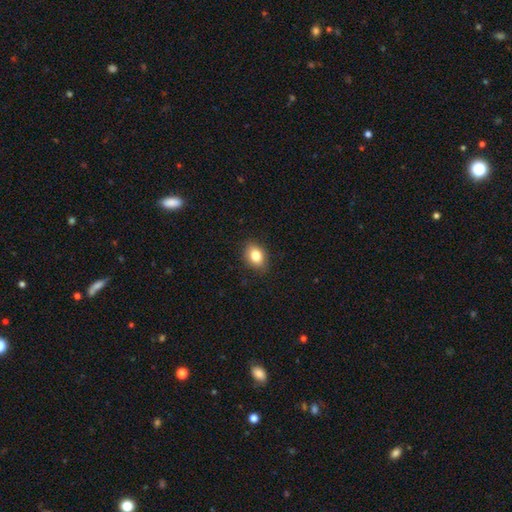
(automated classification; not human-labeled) This is clearly a smooth galaxy (83%). How rounded: likely in between (71%). Merging: clearly none (87%).